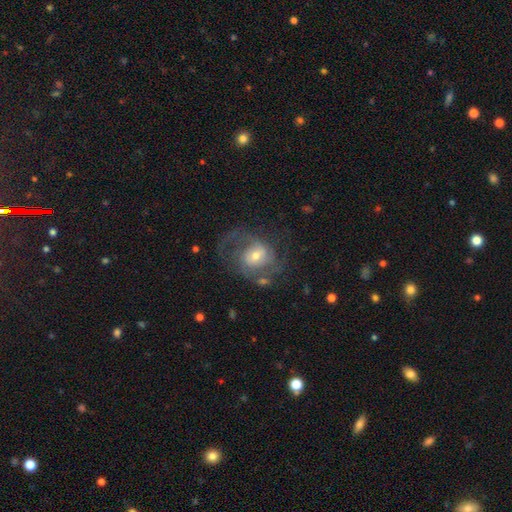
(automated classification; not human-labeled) A featured or disk galaxy (78%) with no bar (51%), 2 (48%) medium (48%) spiral arms (89%) and a moderate central bulge (51%).

Vote fractions:
- Smooth or featured? featured or disk: 78% / smooth: 15% / star or artifact: 7%
- Edge-on disk? no: 97% / yes: 3%
- Bar? no: 51% / weak: 40% / strong: 9%
- Spiral arms? yes: 89% / no: 11%
- Spiral winding? medium: 48% / tight: 27% / loose: 25%
- Spiral arm count? 2: 48% / can't tell: 23% / 3: 14% / 1: 8% / 4: 4% / more than 4: 3%
- Bulge size? moderate: 51% / small: 41% / large: 6% / none: 1% / dominant: 1%
- Merging? none: 53% / major disturbance: 24% / minor disturbance: 19% / merger: 3%